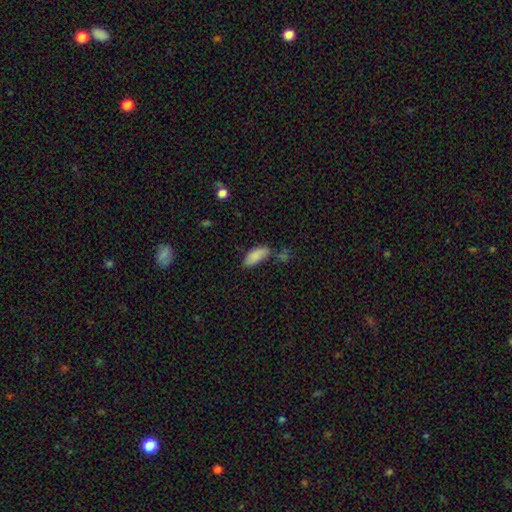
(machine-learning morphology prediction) type=smooth (87%); roundness=in between (86%); merging=none (59%).